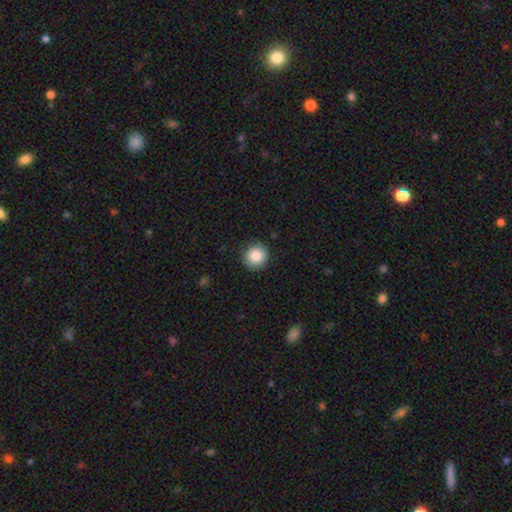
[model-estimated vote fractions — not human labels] smooth-or-featured: smooth: 86% | star or artifact: 9% | featured or disk: 5%
  how-rounded: round: 93% | in between: 6% | cigar-shaped: 1%
  merging: none: 89% | minor disturbance: 8% | major disturbance: 2% | merger: 1%